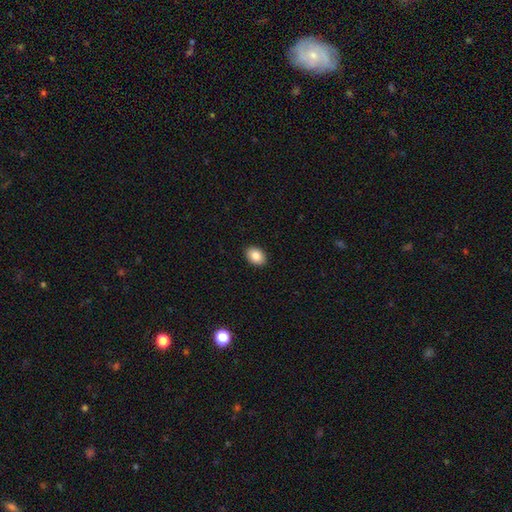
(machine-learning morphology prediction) This is clearly a smooth galaxy (86%). How rounded: likely in between (79%). Merging: clearly none (91%).